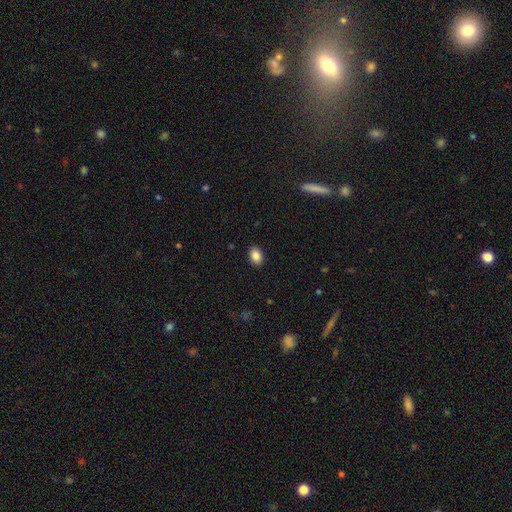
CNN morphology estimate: Smooth or featured? smooth (87%)
How rounded? in between (75%)
Merging? none (90%)